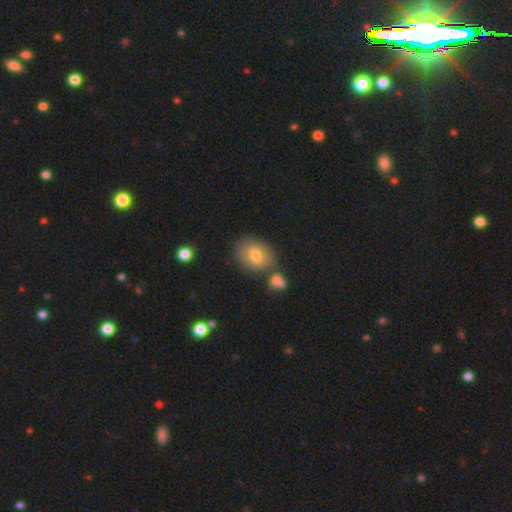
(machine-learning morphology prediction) This is likely a smooth galaxy (72%). How rounded: likely in between (69%). Merging: likely none (61%).